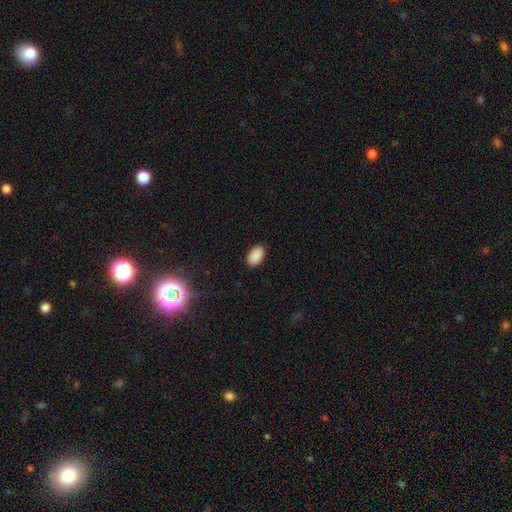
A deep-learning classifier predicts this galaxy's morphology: smooth 90%, star or artifact 7%, featured or disk 2%. Down the decision tree: how rounded — in between (93%); merging — none (89%).